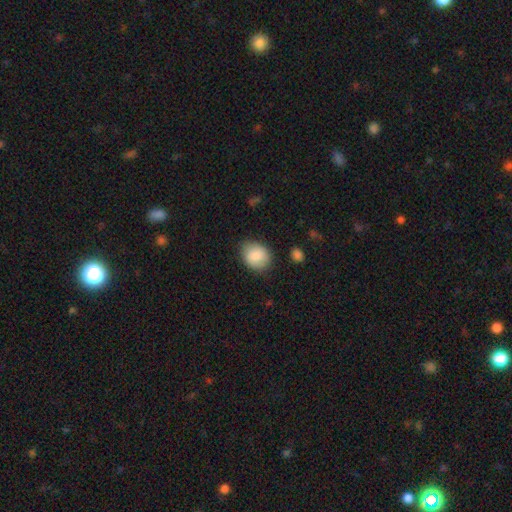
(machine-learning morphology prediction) Smooth or featured? Predicted: smooth (p=0.85). How rounded? Predicted: round (p=0.57). Merging? Predicted: none (p=0.77).